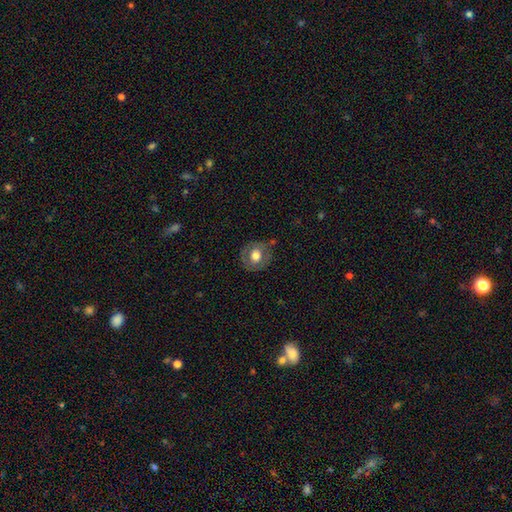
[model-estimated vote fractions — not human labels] A smooth galaxy with no disk features (60%) that is round (78%).

Vote fractions:
- Smooth or featured? smooth: 60% / featured or disk: 32% / star or artifact: 8%
- How rounded? round: 78% / in between: 21% / cigar-shaped: 1%
- Merging? none: 74% / minor disturbance: 18% / major disturbance: 6% / merger: 3%